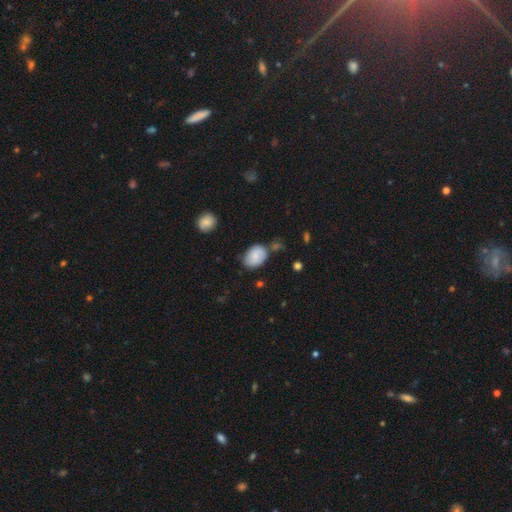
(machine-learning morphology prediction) A smooth galaxy with no disk features (76%) that is in between round and cigar-shaped (77%). Merging: none (61%).